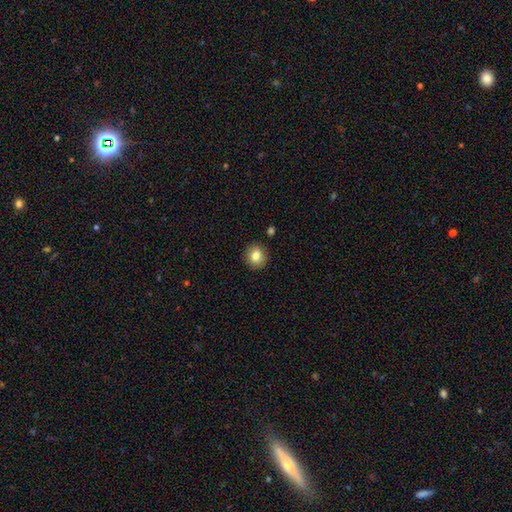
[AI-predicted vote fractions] Morphology: type=smooth (82%); roundness=round (87%); merging=none (89%).